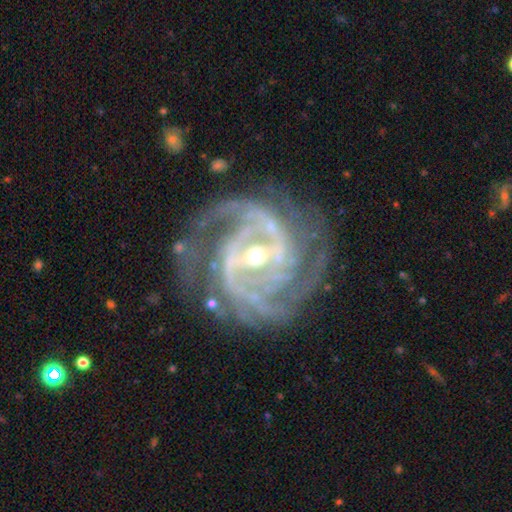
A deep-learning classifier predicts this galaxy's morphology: This is clearly a featured or disk galaxy (93%). It is clearly not viewed edge-on (97%). Bar: possibly strong (48%). Spiral arm pattern: clearly yes (98%). Spiral arm count: marginally 2 (33%). Spiral winding: possibly tight (57%). Central bulge: possibly moderate (51%). Merging: likely none (74%).